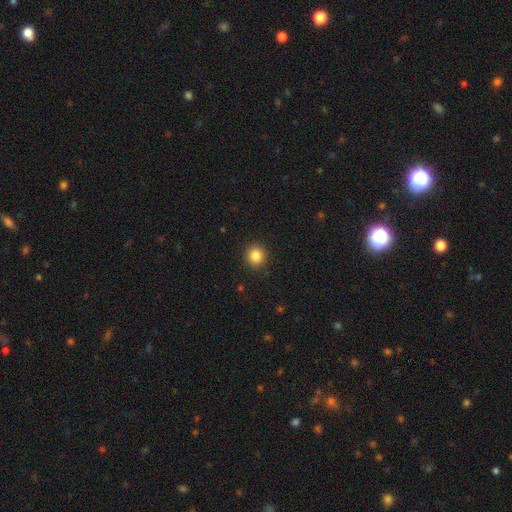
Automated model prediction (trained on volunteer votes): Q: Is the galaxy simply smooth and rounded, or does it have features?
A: smooth — 85%.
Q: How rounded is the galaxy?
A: round — 89%.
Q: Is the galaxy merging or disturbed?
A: none — 91%.